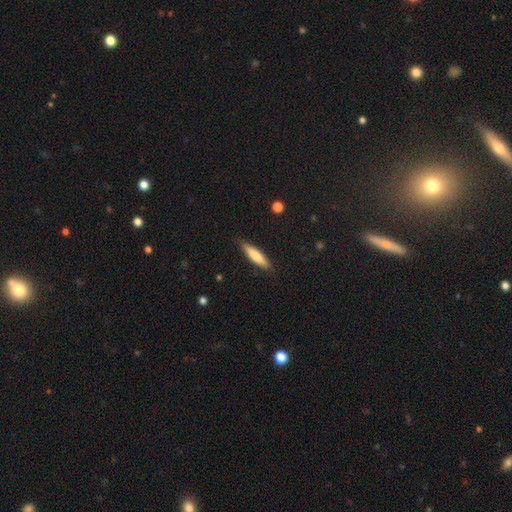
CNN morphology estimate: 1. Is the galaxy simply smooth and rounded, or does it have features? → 77% smooth, 17% featured or disk, 6% star or artifact.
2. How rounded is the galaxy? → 76% cigar-shaped, 23% in between, 1% round.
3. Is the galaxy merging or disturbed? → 87% none, 10% minor disturbance, 2% major disturbance, 1% merger.